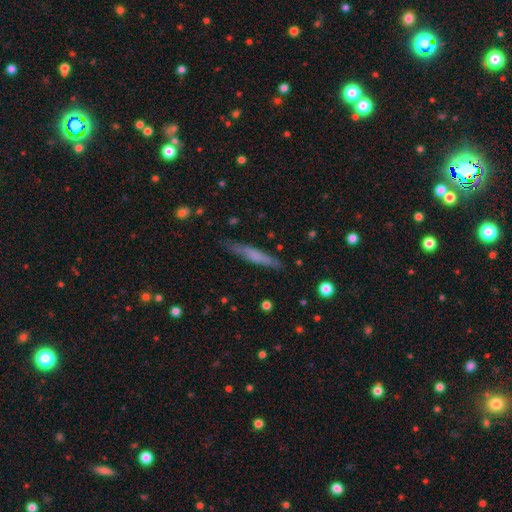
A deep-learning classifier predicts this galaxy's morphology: smooth_or_featured: smooth (p=0.56) [alt: featured or disk p=0.36]
how_rounded: cigar-shaped (p=0.91) [alt: in between p=0.07]
merging: none (p=0.81) [alt: minor disturbance p=0.14]